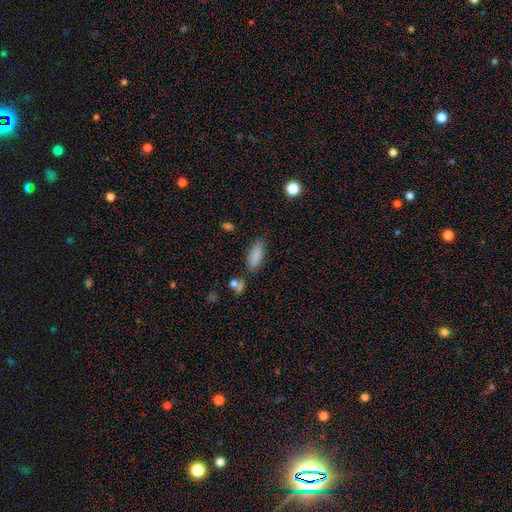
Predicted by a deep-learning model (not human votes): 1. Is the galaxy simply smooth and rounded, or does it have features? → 85% smooth, 8% star or artifact, 7% featured or disk.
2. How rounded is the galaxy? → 78% in between, 20% cigar-shaped, 2% round.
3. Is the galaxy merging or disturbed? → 75% none, 16% minor disturbance, 5% merger, 4% major disturbance.